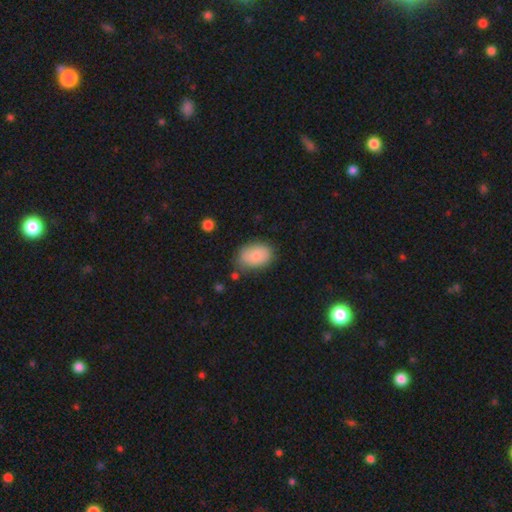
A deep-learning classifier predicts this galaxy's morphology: Overall: smooth (80%). How rounded: in between (85%). Merging: none (72%).